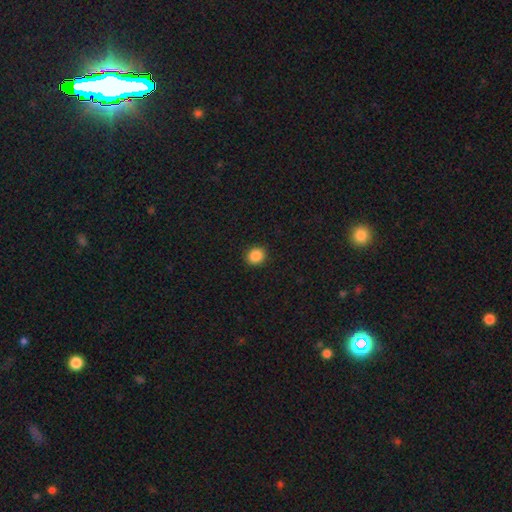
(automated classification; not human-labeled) Morphology: type=smooth (87%); roundness=round (80%); merging=none (92%).